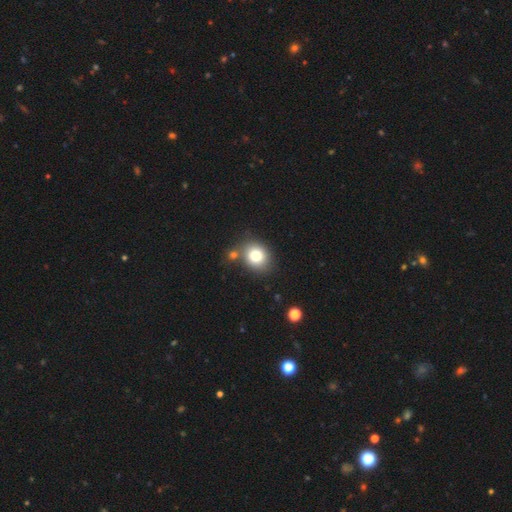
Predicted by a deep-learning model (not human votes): This is likely a smooth galaxy (79%). How rounded: likely round (66%). Merging: likely none (67%).